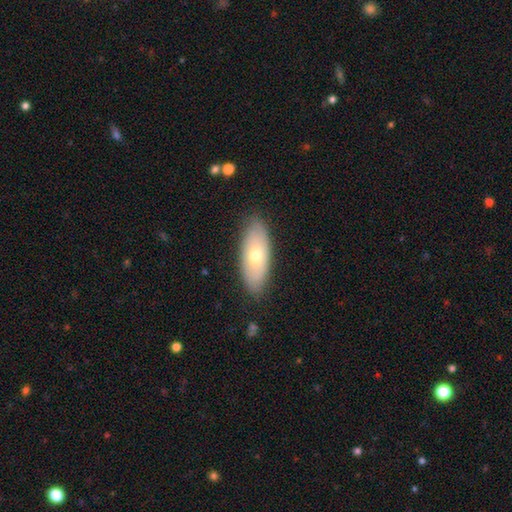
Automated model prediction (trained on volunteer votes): Morphology: type=smooth (62%); roundness=in between (82%); merging=none (84%).